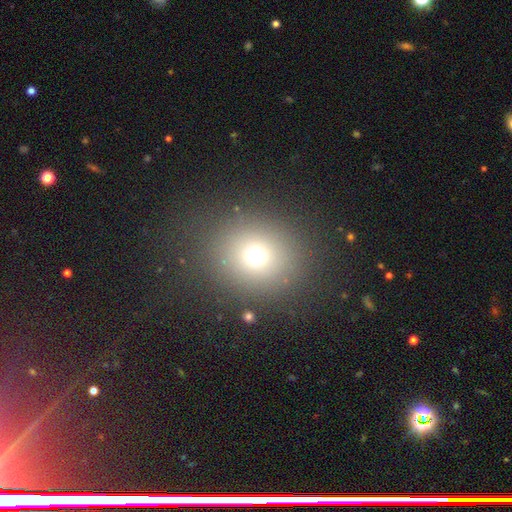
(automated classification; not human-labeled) Smooth or featured? smooth (69%)
How rounded? round (82%)
Merging? none (85%)